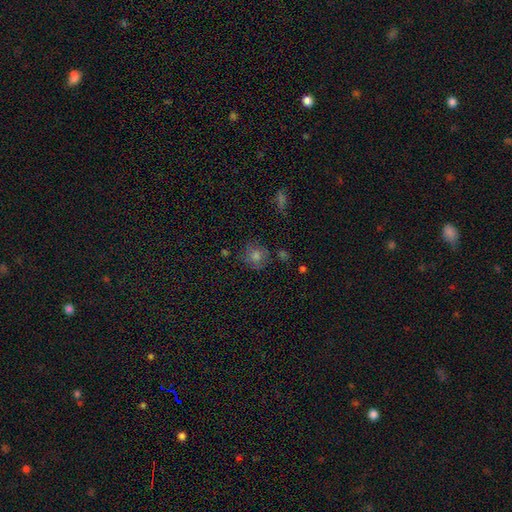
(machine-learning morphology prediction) smooth_or_featured: smooth (p=0.58) [alt: star or artifact p=0.21]
how_rounded: round (p=0.87) [alt: in between p=0.12]
merging: none (p=0.76) [alt: minor disturbance p=0.15]